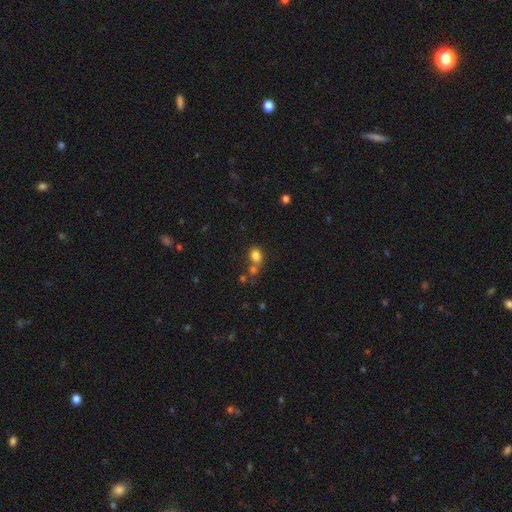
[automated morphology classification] Smooth or featured?
  - smooth: 80% *
  - star or artifact: 13%
  - featured or disk: 8%
How rounded?
  - round: 50% *
  - in between: 48%
  - cigar-shaped: 1%
Merging?
  - none: 50% *
  - merger: 34%
  - minor disturbance: 11%
  - major disturbance: 5%